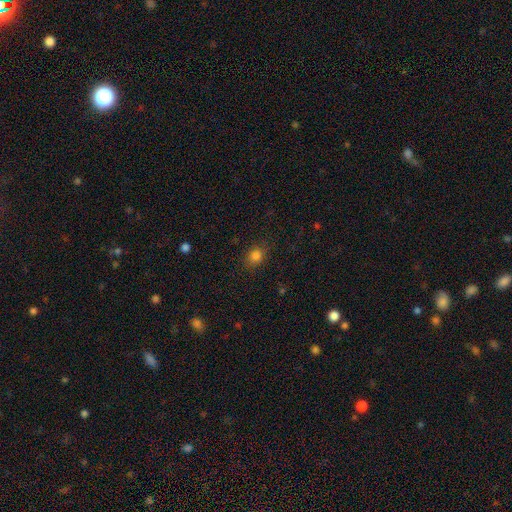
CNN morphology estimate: A smooth galaxy with no disk features (81%) that is round (54%). Merging: none (85%).